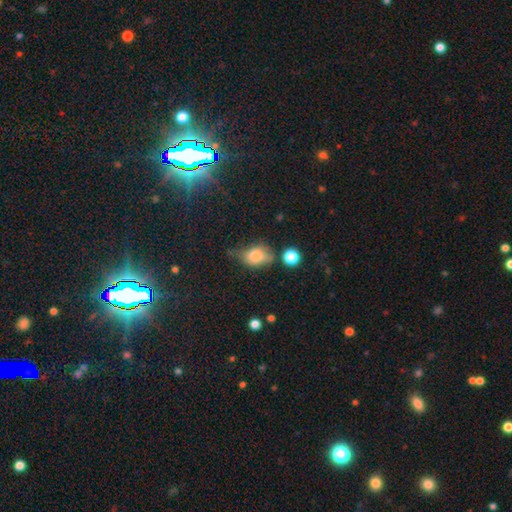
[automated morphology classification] The model was most divided on "merging": minor disturbance: 38%, none: 37%, major disturbance: 17%, merger: 8%. More confident: smooth or featured — smooth (74%); how rounded — in between (72%).